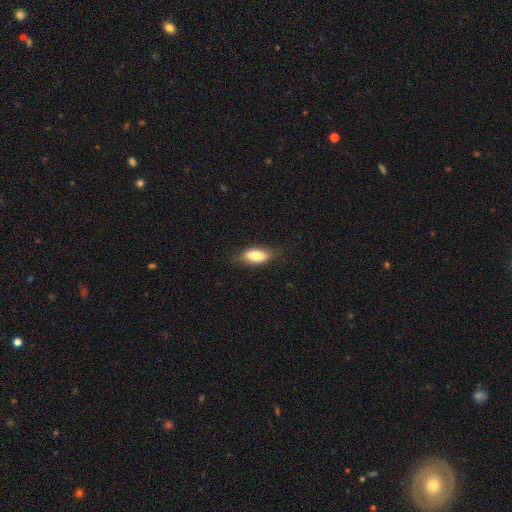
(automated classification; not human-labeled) Morphology: type=smooth (75%); roundness=in between (84%); merging=none (79%).